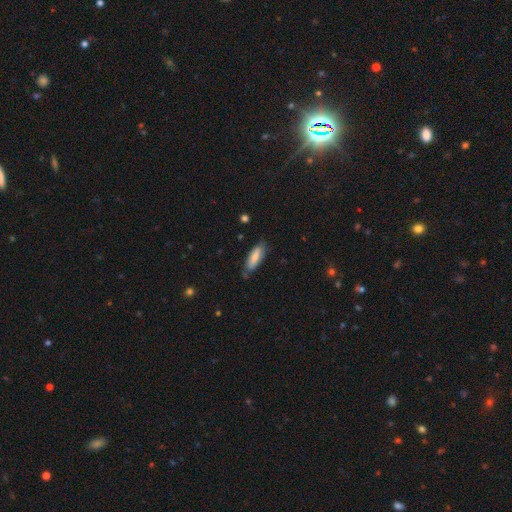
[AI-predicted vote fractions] smooth 76%, featured or disk 18%, star or artifact 6%. Down the decision tree: how rounded — in between (56%); merging — none (72%).